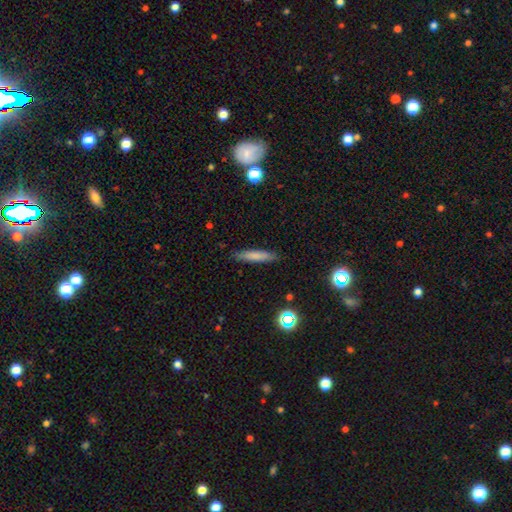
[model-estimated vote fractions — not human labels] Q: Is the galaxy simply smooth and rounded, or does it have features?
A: smooth — 75%.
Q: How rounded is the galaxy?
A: cigar-shaped — 87%.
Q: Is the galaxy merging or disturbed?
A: none — 87%.